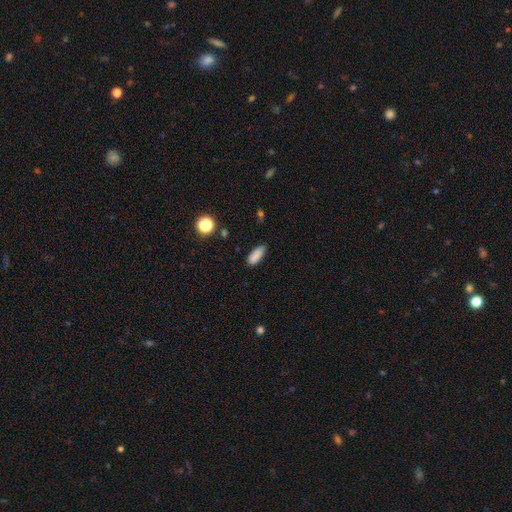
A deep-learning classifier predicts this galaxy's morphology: smooth 87%, star or artifact 9%, featured or disk 4%. Down the decision tree: how rounded — in between (70%); merging — none (84%).